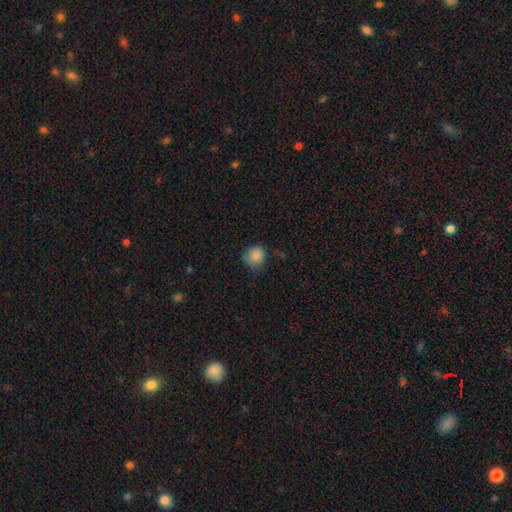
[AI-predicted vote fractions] Smooth or featured: smooth — 86% (star or artifact — 10%)
How rounded: round — 84% (in between — 15%)
Merging: none — 69% (minor disturbance — 25%)